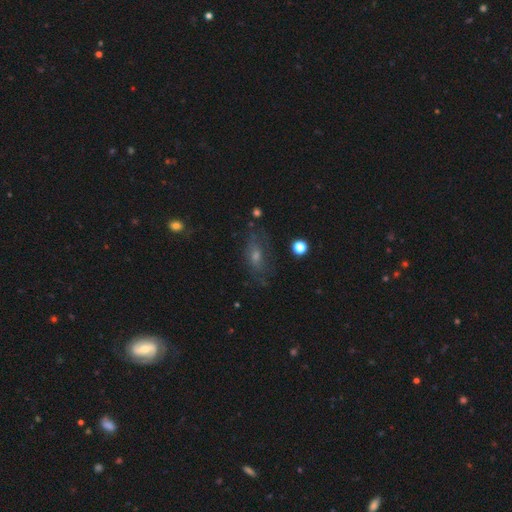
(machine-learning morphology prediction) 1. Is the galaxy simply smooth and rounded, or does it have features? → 39% smooth, 38% featured or disk, 23% star or artifact.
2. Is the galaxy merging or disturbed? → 68% none, 19% minor disturbance, 10% major disturbance, 3% merger.